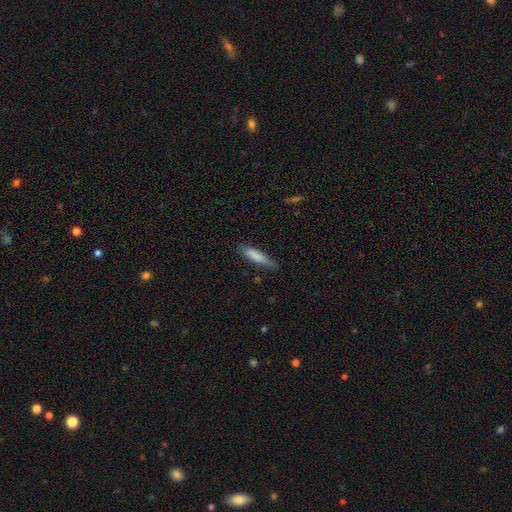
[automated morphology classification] smooth-or-featured: smooth: 81% | featured or disk: 13% | star or artifact: 6%
  how-rounded: cigar-shaped: 74% | in between: 25% | round: 1%
  merging: none: 73% | minor disturbance: 21% | major disturbance: 4% | merger: 2%